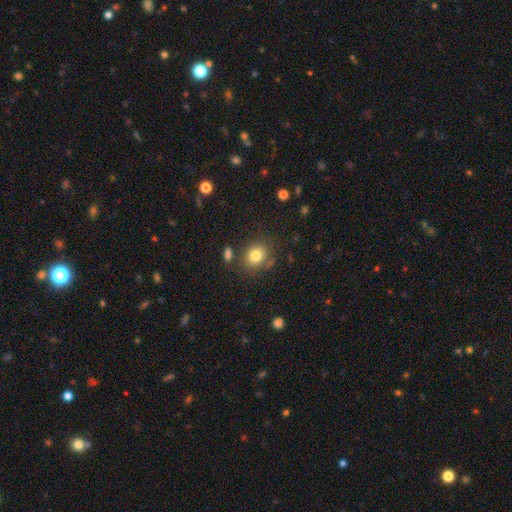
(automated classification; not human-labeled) This appears to be a smooth galaxy with no disk features (81%) that is round (64%). Merging: none (75%).